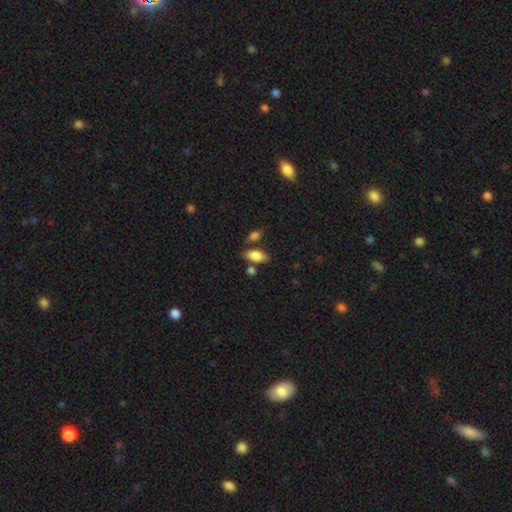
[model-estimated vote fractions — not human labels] A smooth galaxy with no disk features (83%) that is in between round and cigar-shaped (86%).

Vote fractions:
- Smooth or featured? smooth: 83% / featured or disk: 10% / star or artifact: 7%
- How rounded? in between: 86% / cigar-shaped: 11% / round: 3%
- Merging? none: 70% / merger: 13% / minor disturbance: 13% / major disturbance: 4%